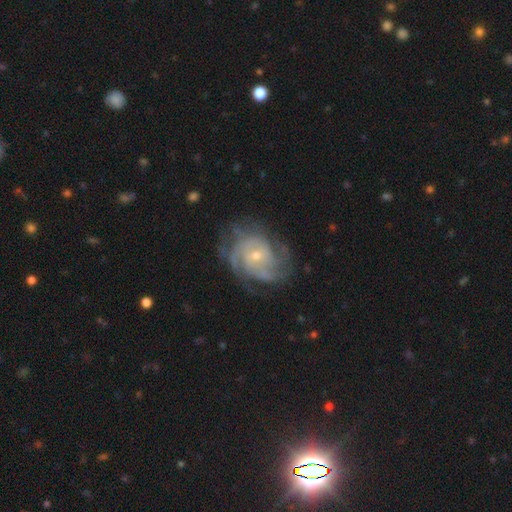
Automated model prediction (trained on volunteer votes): Smooth or featured: featured or disk — 83% (smooth — 10%)
Edge-on disk: no — 97% (yes — 3%)
Bar: no — 73% (weak — 23%)
Spiral arms: yes — 93% (no — 7%)
Spiral winding: tight — 56% (medium — 34%)
Spiral arm count: can't tell — 33% (3 — 23%)
Bulge size: small — 62% (moderate — 35%)
Merging: none — 67% (minor disturbance — 20%)